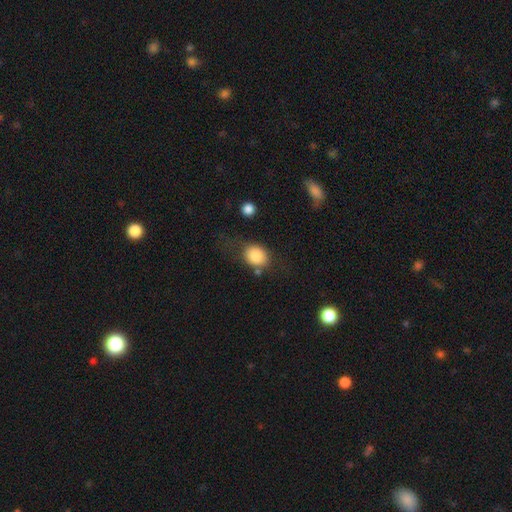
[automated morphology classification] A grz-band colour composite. It shows a smooth galaxy with no disk features (83%) that is round (51%). Merging: none (61%).